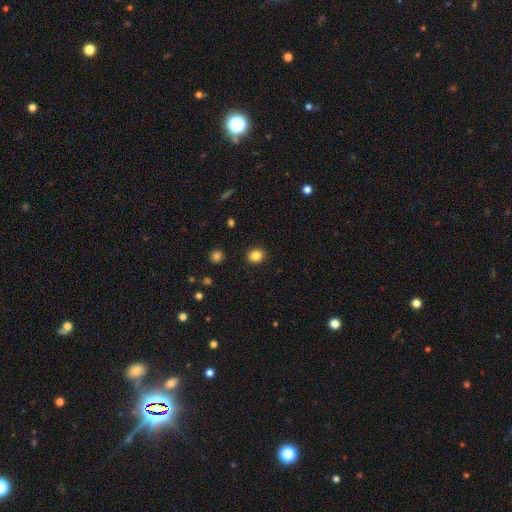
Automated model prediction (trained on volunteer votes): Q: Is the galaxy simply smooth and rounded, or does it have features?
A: smooth — 85%.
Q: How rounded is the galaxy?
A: round — 77%.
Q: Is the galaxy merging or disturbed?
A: none — 91%.